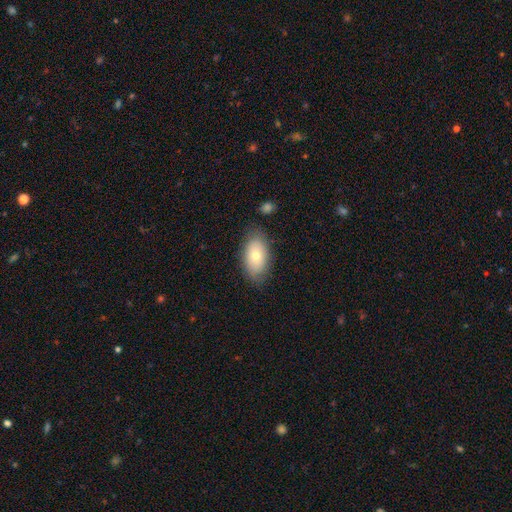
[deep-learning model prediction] smooth 71%, featured or disk 21%, star or artifact 8%. Down the decision tree: how rounded — in between (92%); merging — none (80%).